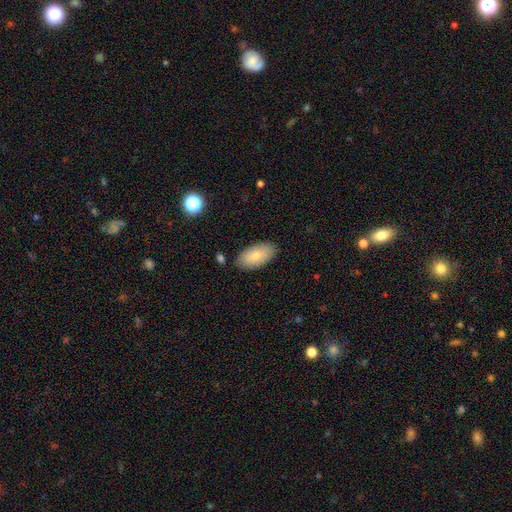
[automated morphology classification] This is likely a smooth galaxy (78%). How rounded: clearly in between (95%). Merging: clearly none (83%).